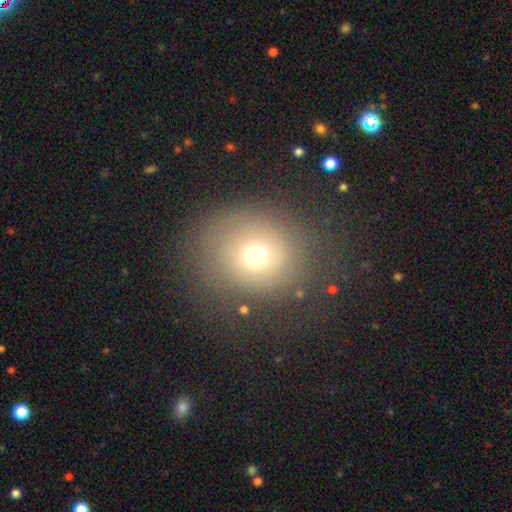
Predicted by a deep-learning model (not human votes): A smooth galaxy with no disk features (65%) that is round (75%). Merging: none (70%).